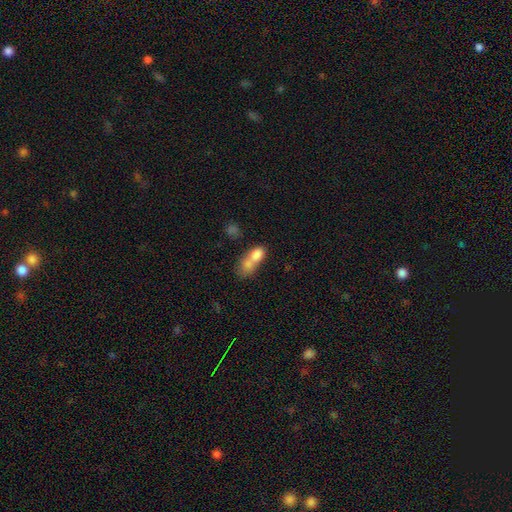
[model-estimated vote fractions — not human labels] This appears to be a smooth galaxy with no disk features (74%) that is in between round and cigar-shaped (73%). Merging: merger (69%).